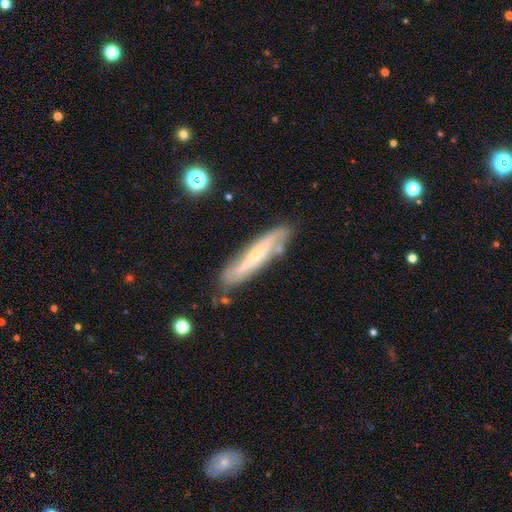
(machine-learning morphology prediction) Smooth or featured?
  - featured or disk: 63% *
  - smooth: 30%
  - star or artifact: 7%
Edge-on disk?
  - no: 50% * (tied)
  - yes: 50% * (tied)
Merging?
  - none: 74% *
  - minor disturbance: 18%
  - merger: 4%
  - major disturbance: 4%